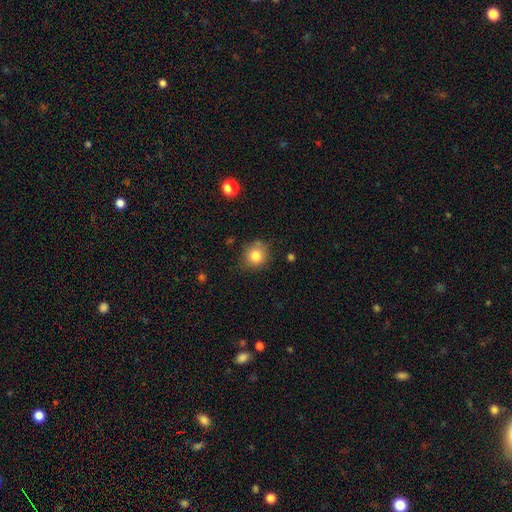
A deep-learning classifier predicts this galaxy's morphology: smooth_or_featured: smooth (p=0.82) [alt: star or artifact p=0.11]
how_rounded: round (p=0.85) [alt: in between p=0.14]
merging: none (p=0.77) [alt: minor disturbance p=0.17]